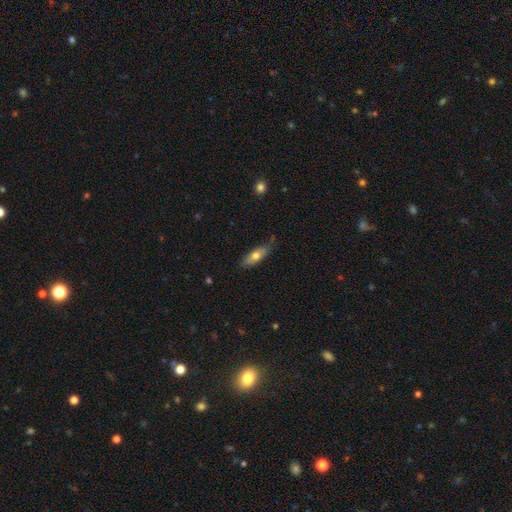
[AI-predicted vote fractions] Smooth or featured? smooth (64%)
How rounded? in between (57%)
Merging? none (66%)